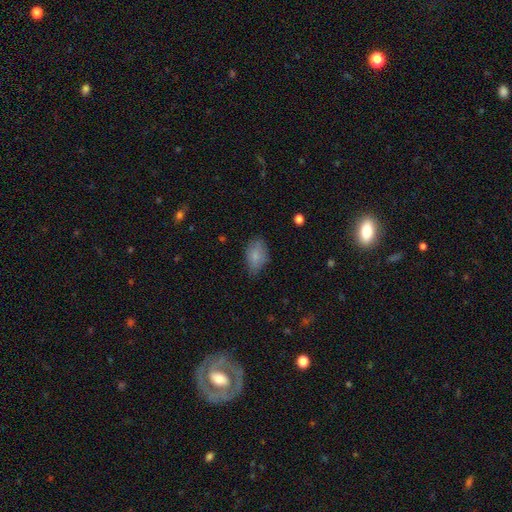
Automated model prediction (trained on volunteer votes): This appears to be a smooth galaxy with no disk features (82%) that is in between round and cigar-shaped (89%). Merging: none (70%).